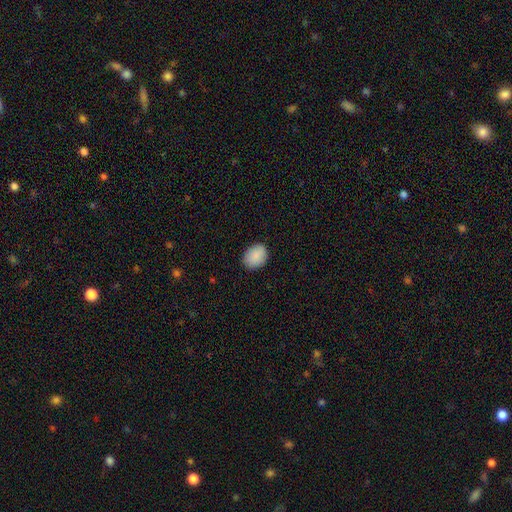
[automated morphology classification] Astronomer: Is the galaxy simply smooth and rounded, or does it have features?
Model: smooth — 89%.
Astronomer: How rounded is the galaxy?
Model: in between — 61% (runner-up: round, 38%).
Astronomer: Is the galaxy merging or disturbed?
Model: none — 87%.